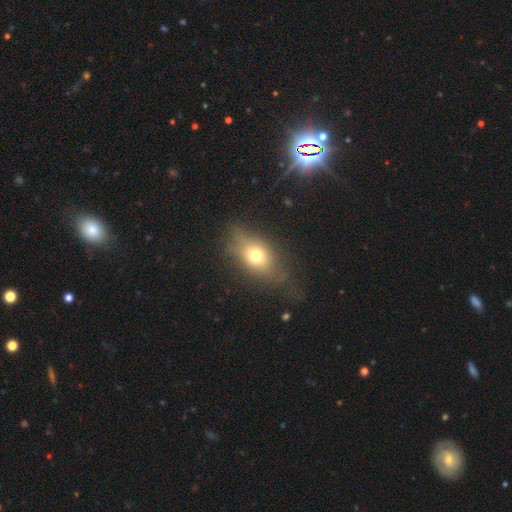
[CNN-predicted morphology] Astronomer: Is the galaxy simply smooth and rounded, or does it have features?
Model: smooth — 67%.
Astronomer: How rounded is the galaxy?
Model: in between — 75%.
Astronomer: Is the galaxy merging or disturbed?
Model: none — 57%.